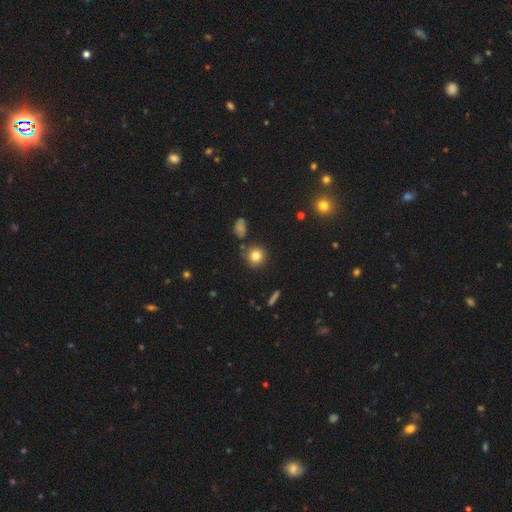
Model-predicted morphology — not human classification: Overall: smooth (80%). How rounded: round (89%). Merging: none (80%).